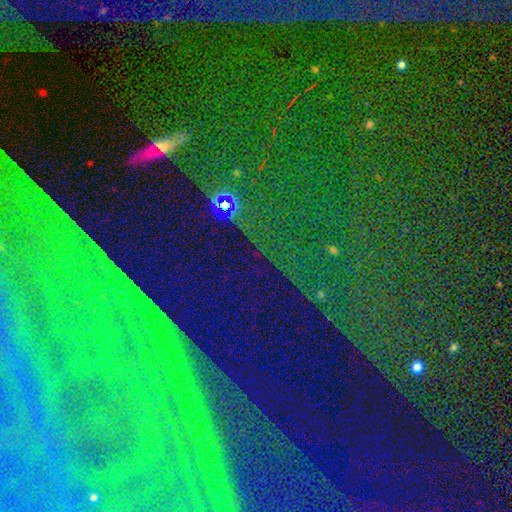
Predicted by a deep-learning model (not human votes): A star or artifact, not a galaxy (76%).

Vote fractions:
- Smooth or featured? star or artifact: 76% / smooth: 12% / featured or disk: 11%